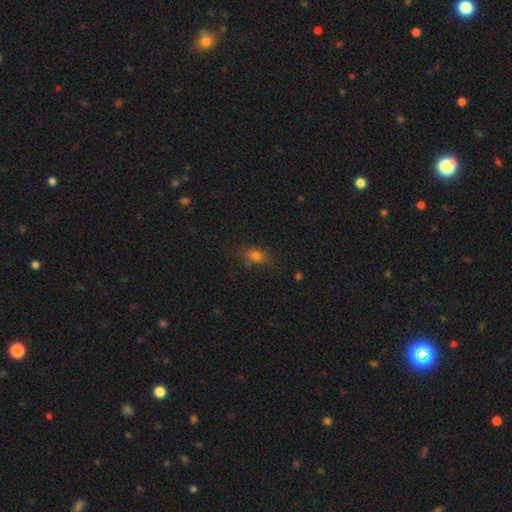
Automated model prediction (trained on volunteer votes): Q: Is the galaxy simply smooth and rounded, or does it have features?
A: smooth — 74%.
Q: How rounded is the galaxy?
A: in between — 62%.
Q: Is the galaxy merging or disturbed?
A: none — 71%.